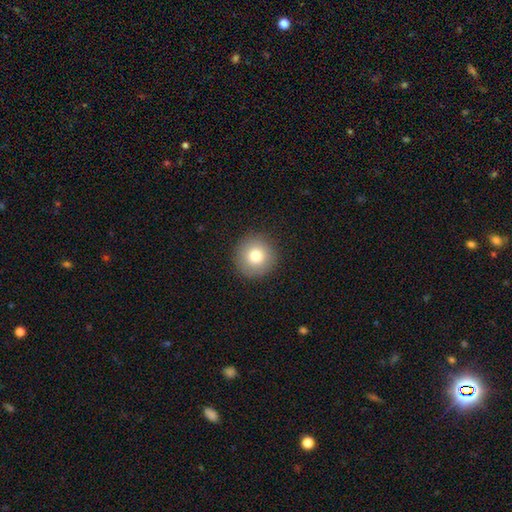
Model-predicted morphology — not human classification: Overall: smooth (78%). How rounded: round (95%). Merging: none (91%).